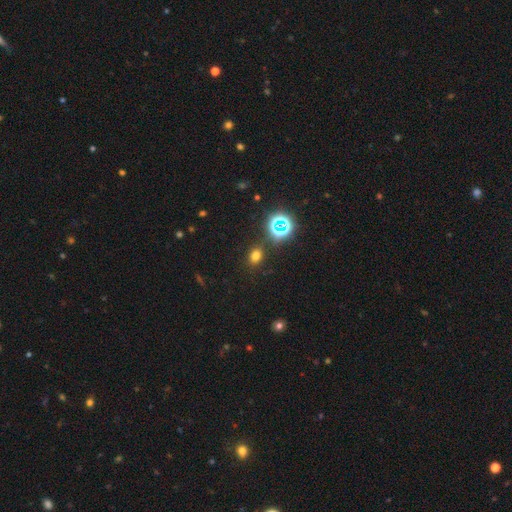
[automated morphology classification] A smooth galaxy with no disk features (65%) that is in between round and cigar-shaped (55%). Merging: none (83%).